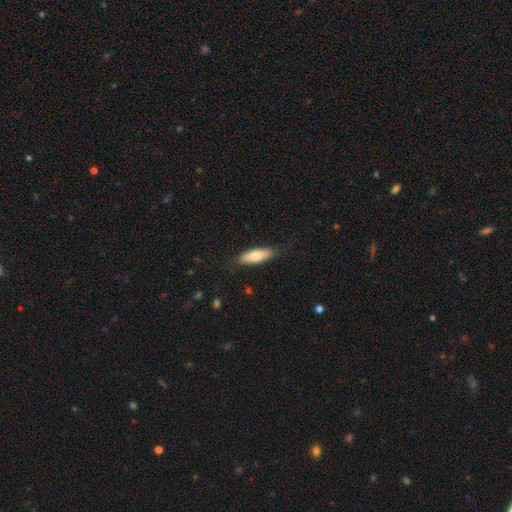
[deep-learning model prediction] Smooth or featured: smooth — 72% (featured or disk — 22%)
How rounded: in between — 56% (cigar-shaped — 42%)
Merging: none — 82% (minor disturbance — 14%)